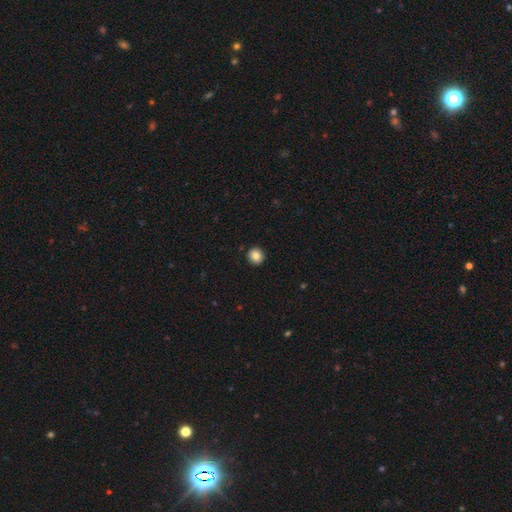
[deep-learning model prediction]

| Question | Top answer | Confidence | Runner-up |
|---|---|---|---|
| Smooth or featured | smooth | 84% | star or artifact (9%) |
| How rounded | round | 93% | in between (6%) |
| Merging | none | 92% | minor disturbance (5%) |